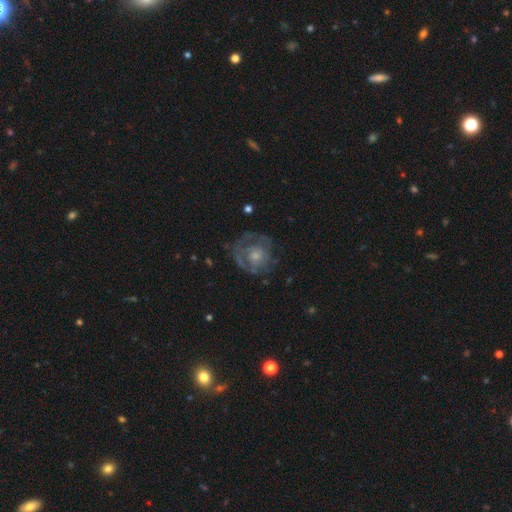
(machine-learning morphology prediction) type=featured or disk (61%); edge-on=no (97%); bar=no (83%); spiral arms=yes (50%, tied with no); bulge=small (44%); merging=none (61%).